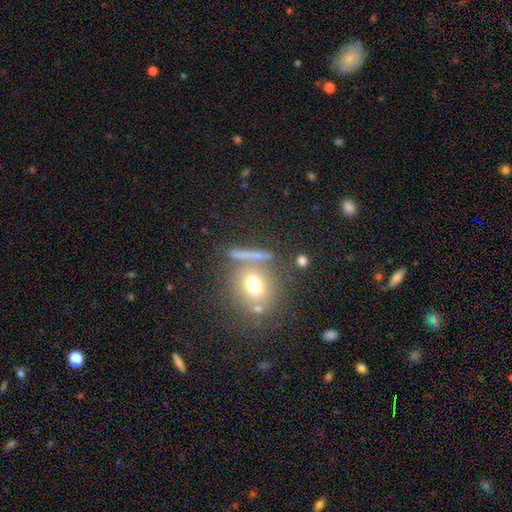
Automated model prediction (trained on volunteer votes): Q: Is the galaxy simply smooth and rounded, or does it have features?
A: smooth — 58%.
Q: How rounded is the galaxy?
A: round — 72%.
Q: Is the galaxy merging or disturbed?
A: none — 69%.